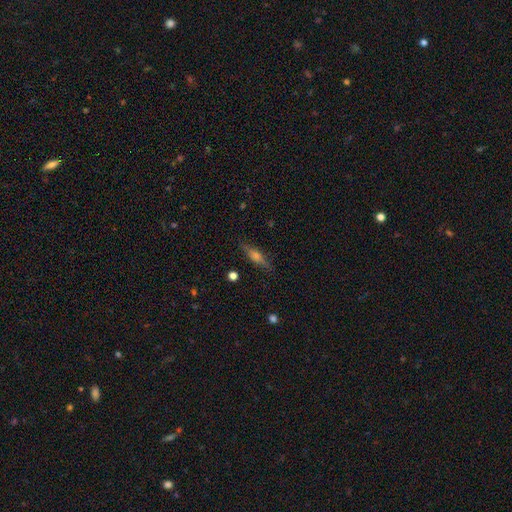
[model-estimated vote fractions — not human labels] Overall: featured or disk (58%; smooth 32%). Edge-on disk: yes (94%). Edge-on bulge: rounded (83%). Merging: none (86%).